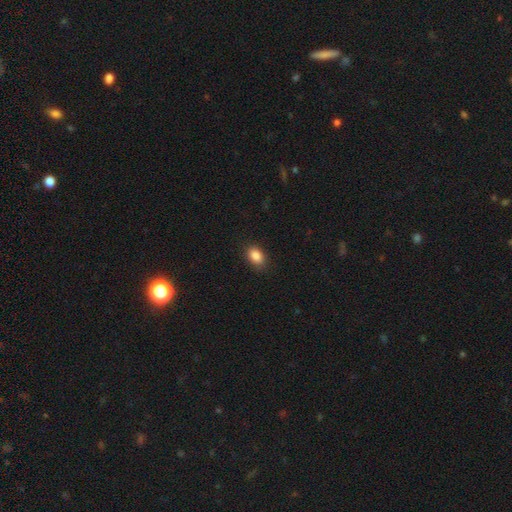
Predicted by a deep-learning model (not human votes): Smooth or featured? Predicted: smooth (p=0.87). How rounded? Predicted: in between (p=0.86). Merging? Predicted: none (p=0.86).